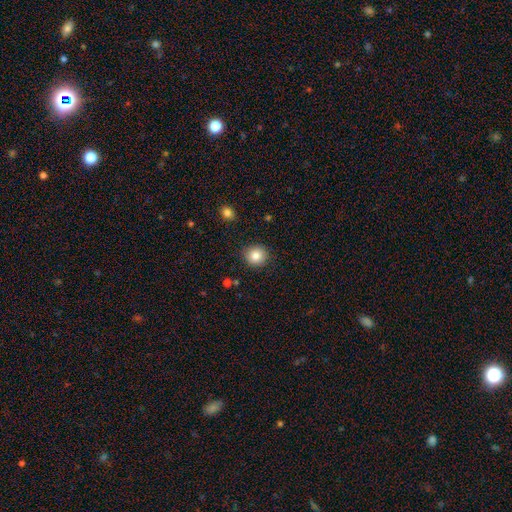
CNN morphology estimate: Smooth or featured: smooth — 84% (star or artifact — 10%)
How rounded: round — 90% (in between — 9%)
Merging: none — 89% (minor disturbance — 7%)